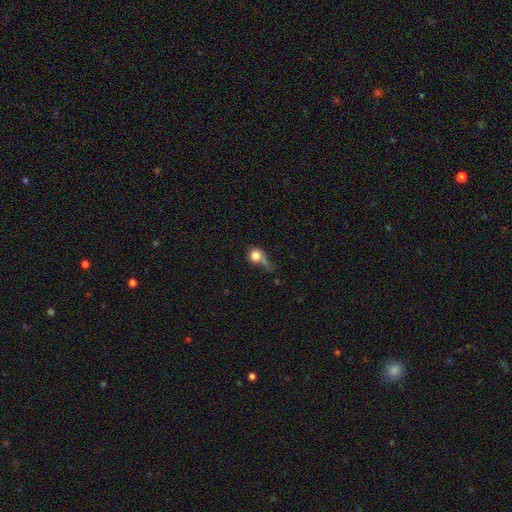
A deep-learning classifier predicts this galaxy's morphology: Smooth or featured? smooth (77%)
How rounded? round (79%)
Merging? major disturbance (34%)